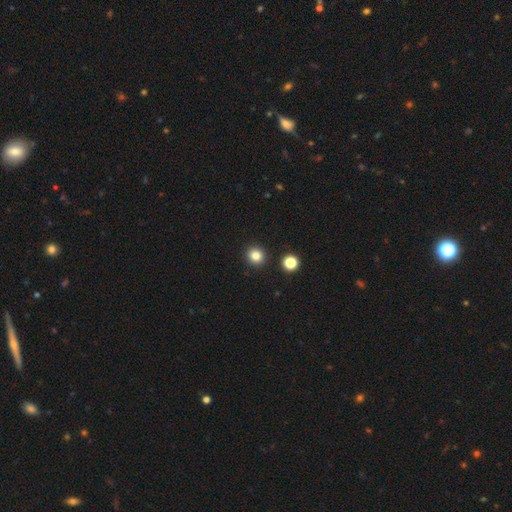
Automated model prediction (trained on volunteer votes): This is clearly a smooth galaxy (82%). How rounded: clearly round (91%). Merging: clearly none (91%).